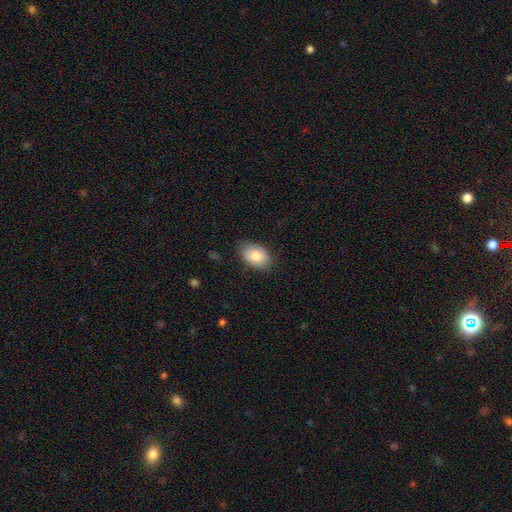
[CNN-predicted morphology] Smooth or featured? Predicted: smooth (p=0.83). How rounded? Predicted: in between (p=0.86). Merging? Predicted: none (p=0.80).